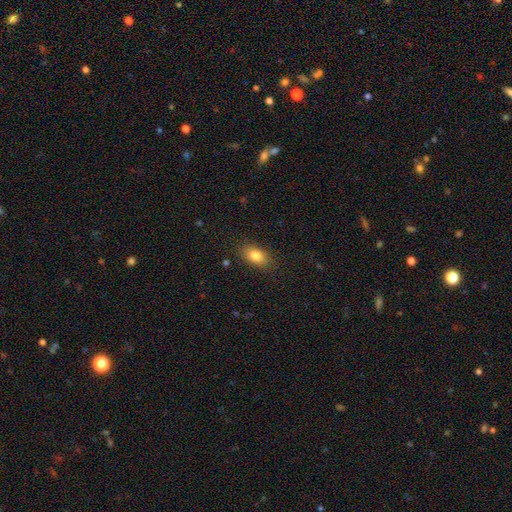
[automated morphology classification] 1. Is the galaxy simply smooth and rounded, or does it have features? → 83% smooth, 9% star or artifact, 9% featured or disk.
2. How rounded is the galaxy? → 88% in between, 9% round, 4% cigar-shaped.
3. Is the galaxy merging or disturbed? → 85% none, 11% minor disturbance, 3% major disturbance, 1% merger.